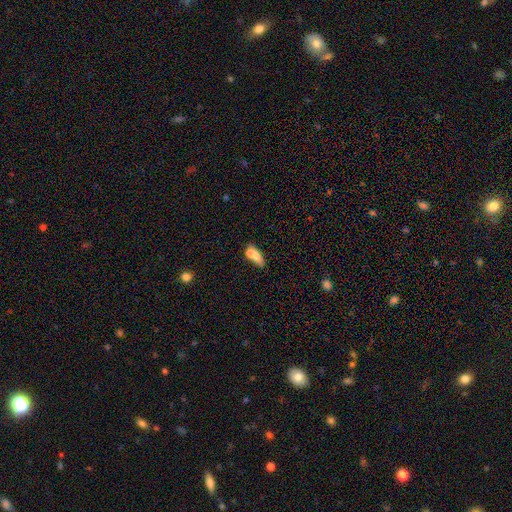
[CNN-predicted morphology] Smooth or featured? smooth (66%)
How rounded? in between (66%)
Merging? merger (53%)